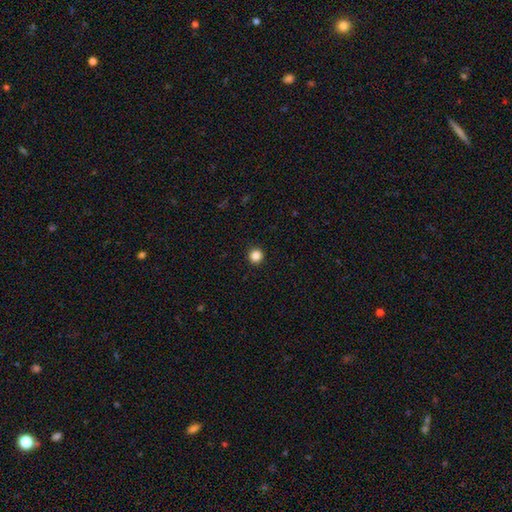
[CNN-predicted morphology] The model was most divided on "smooth or featured": smooth: 85%, star or artifact: 11%, featured or disk: 4%. More confident: how rounded — round (95%); merging — none (93%).